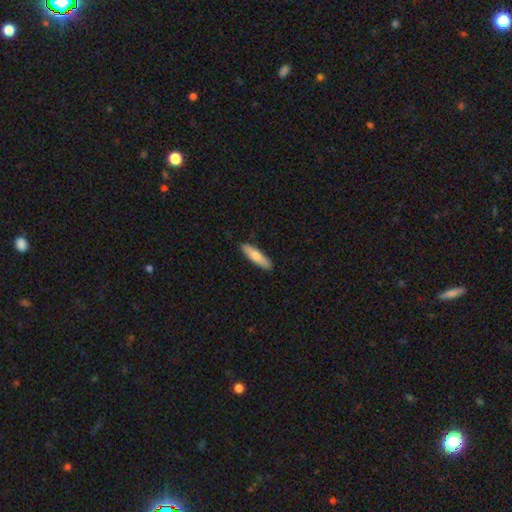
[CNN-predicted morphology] A smooth galaxy with no disk features (73%) that is cigar-shaped (72%). Merging: none (90%).